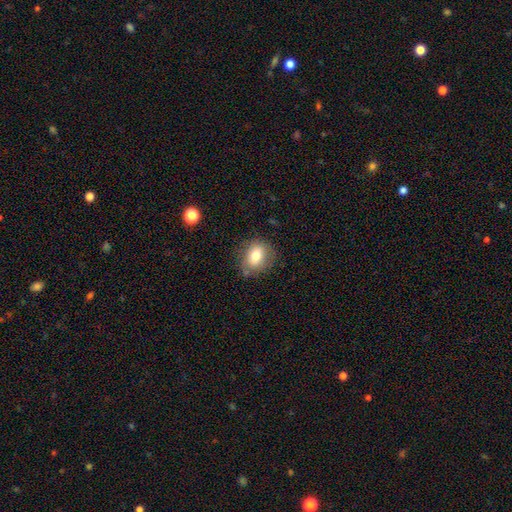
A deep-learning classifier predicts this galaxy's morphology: Q: Smooth or featured?
A: smooth (78%); runner-up: featured or disk (13%)
Q: How rounded?
A: in between (55%); runner-up: round (43%)
Q: Merging?
A: none (77%); runner-up: minor disturbance (16%)